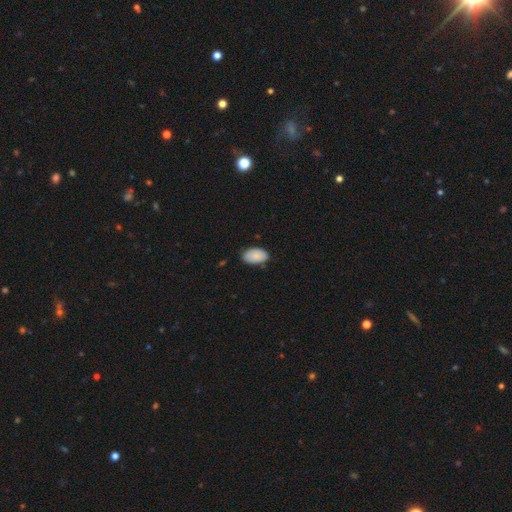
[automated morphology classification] Smooth or featured? Predicted: smooth (p=0.86). How rounded? Predicted: in between (p=0.94). Merging? Predicted: none (p=0.79).